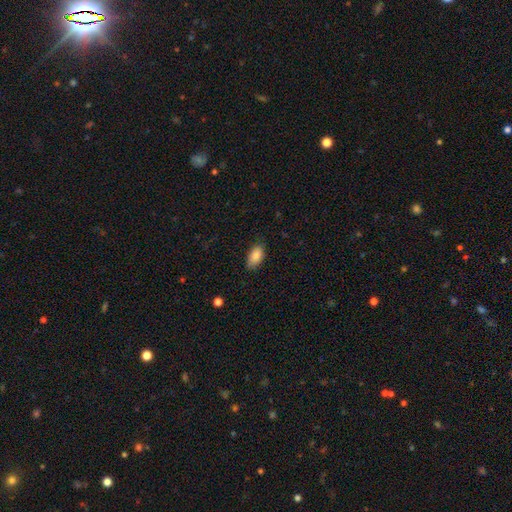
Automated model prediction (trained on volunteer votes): smooth 88%, star or artifact 7%, featured or disk 5%. Down the decision tree: how rounded — in between (93%); merging — none (79%).